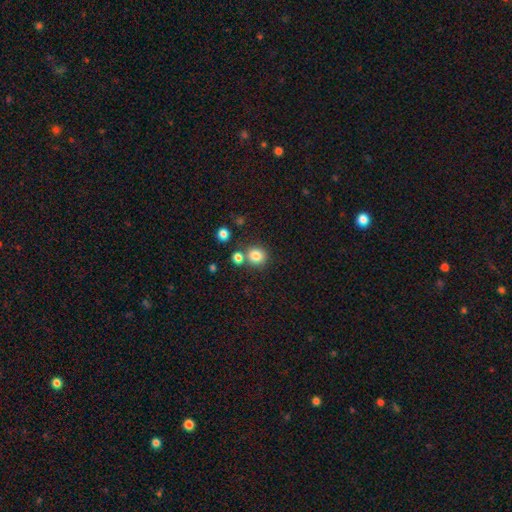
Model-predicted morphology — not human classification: smooth 82%, star or artifact 12%, featured or disk 6%. Down the decision tree: how rounded — round (87%); merging — none (72%).